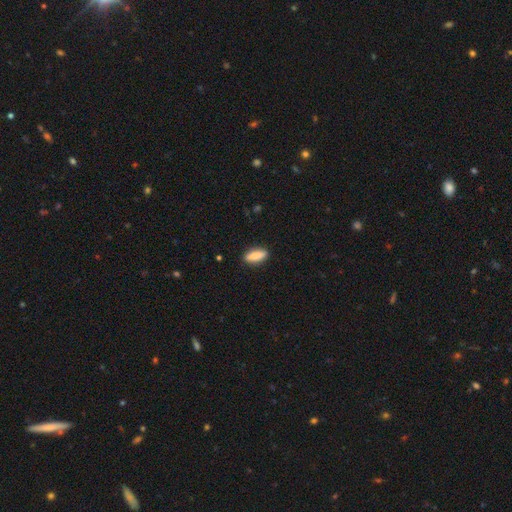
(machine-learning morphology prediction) A smooth galaxy with no disk features (82%) that is in between round and cigar-shaped (66%). Merging: none (89%).